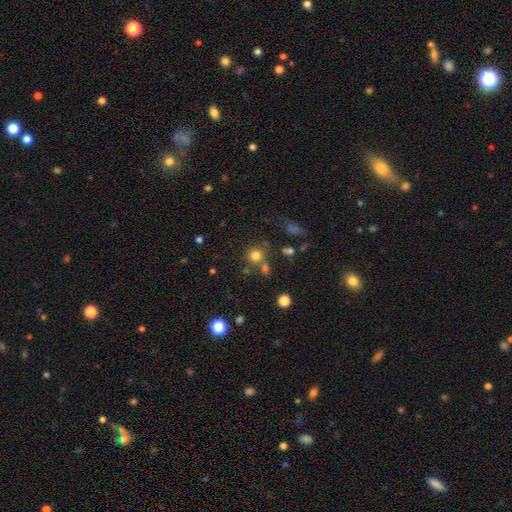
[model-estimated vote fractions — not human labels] smooth-or-featured: smooth: 77% | star or artifact: 16% | featured or disk: 7%
  how-rounded: round: 90% | in between: 9% | cigar-shaped: 1%
  merging: none: 67% | merger: 19% | minor disturbance: 9% | major disturbance: 4%